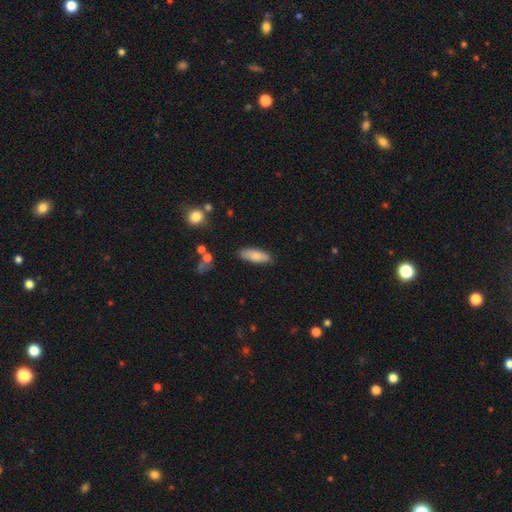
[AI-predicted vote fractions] smooth-or-featured: smooth: 80% | featured or disk: 13% | star or artifact: 6%
  how-rounded: in between: 65% | cigar-shaped: 33% | round: 2%
  merging: none: 83% | minor disturbance: 12% | major disturbance: 2% | merger: 2%